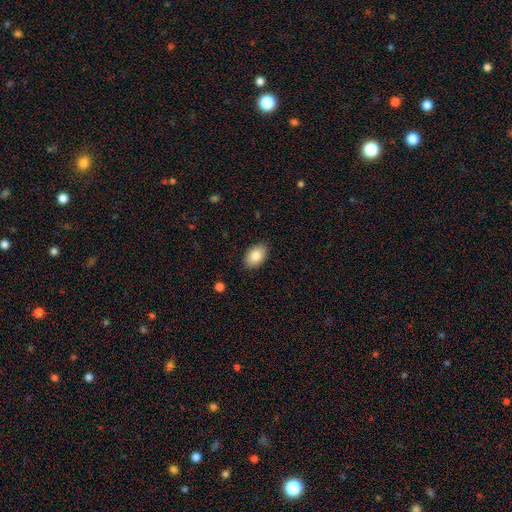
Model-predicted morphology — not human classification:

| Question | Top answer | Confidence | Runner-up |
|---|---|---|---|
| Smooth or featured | smooth | 84% | featured or disk (9%) |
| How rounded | in between | 88% | round (11%) |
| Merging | none | 88% | minor disturbance (9%) |